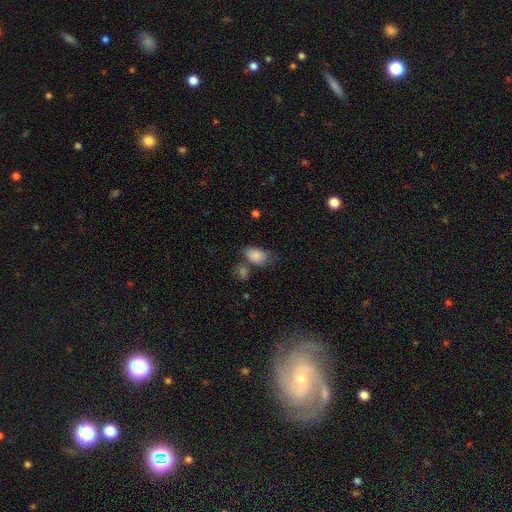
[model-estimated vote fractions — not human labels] A smooth galaxy with no disk features (86%) that is in between round and cigar-shaped (87%).

Vote fractions:
- Smooth or featured? smooth: 86% / star or artifact: 7% / featured or disk: 7%
- How rounded? in between: 87% / round: 11% / cigar-shaped: 1%
- Merging? none: 45% / minor disturbance: 26% / merger: 18% / major disturbance: 11%